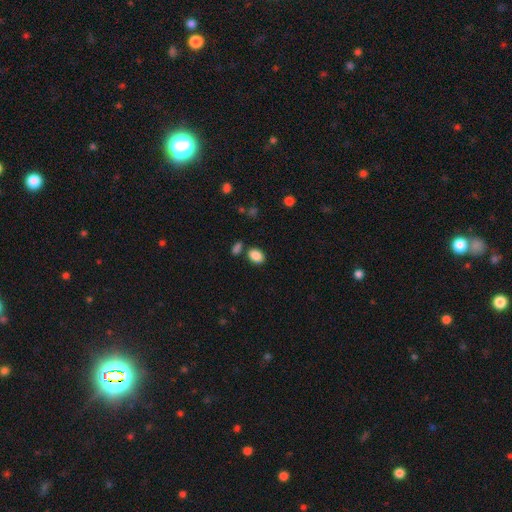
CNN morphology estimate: Overall: smooth (86%). How rounded: in between (74%). Merging: none (74%).